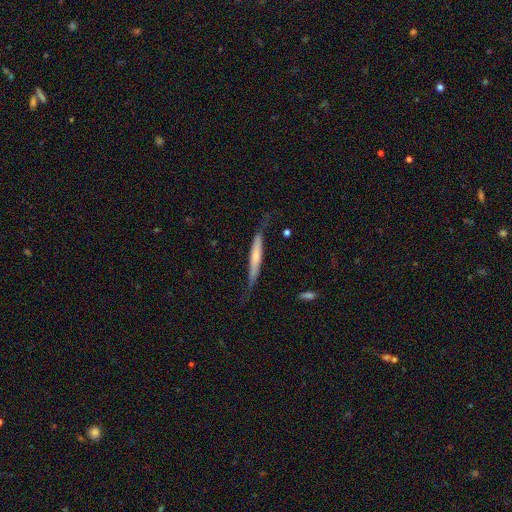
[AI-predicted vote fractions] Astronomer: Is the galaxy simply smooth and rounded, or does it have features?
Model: featured or disk — 53% (runner-up: smooth, 42%).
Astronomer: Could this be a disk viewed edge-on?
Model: yes — 81%.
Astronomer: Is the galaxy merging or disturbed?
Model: none — 58%.